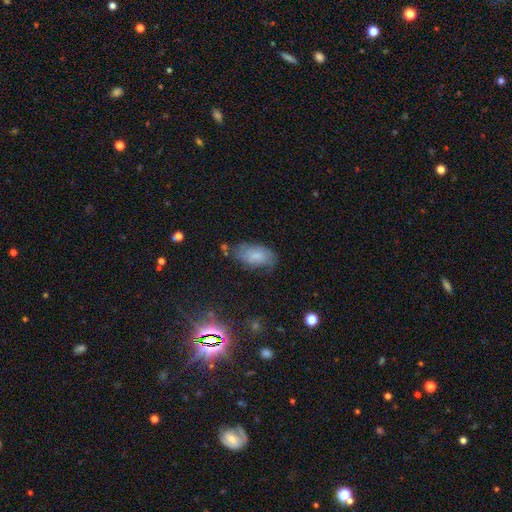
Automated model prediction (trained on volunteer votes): Overall: smooth (69%). How rounded: in between (93%). Merging: none (67%).